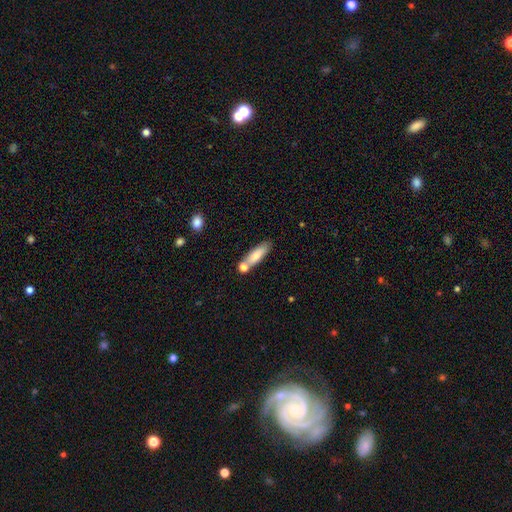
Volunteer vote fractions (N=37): Morphology: type=smooth (76%); roundness=cigar-shaped (71%); merging=none (37%).